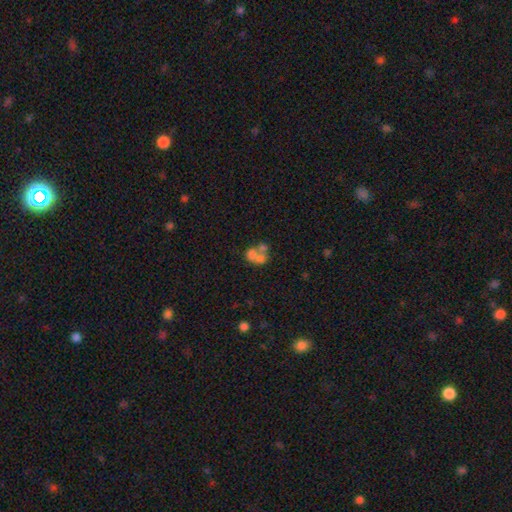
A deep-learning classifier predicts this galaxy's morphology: This is possibly a smooth galaxy (54%). How rounded: possibly round (57%). Merging: likely merger (65%).